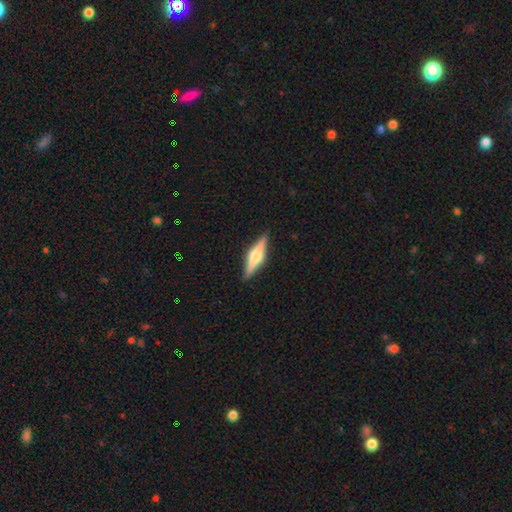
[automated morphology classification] Smooth or featured? featured or disk (70%)
Edge-on disk? yes (97%)
Edge-on bulge? rounded (88%)
Merging? none (90%)